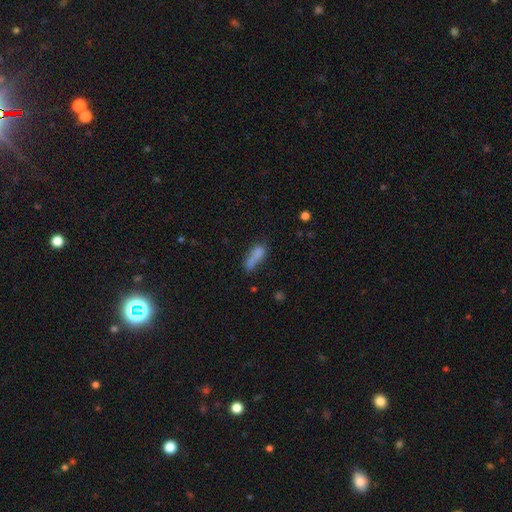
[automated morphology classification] Smooth or featured? smooth (76%)
How rounded? in between (52%)
Merging? none (41%)